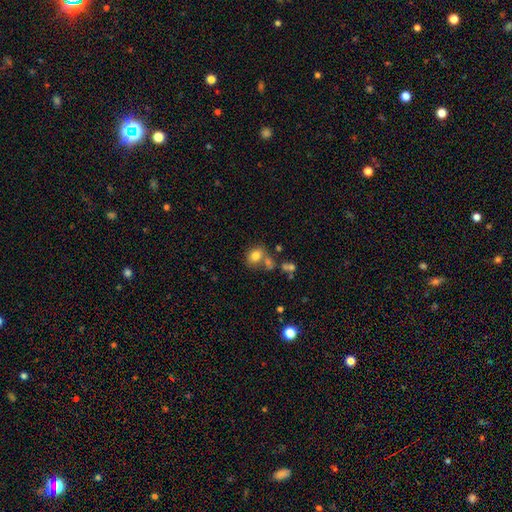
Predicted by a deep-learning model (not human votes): Q: Smooth or featured?
A: smooth (77%); runner-up: featured or disk (12%)
Q: How rounded?
A: in between (56%); runner-up: round (43%)
Q: Merging?
A: none (48%); runner-up: merger (30%)